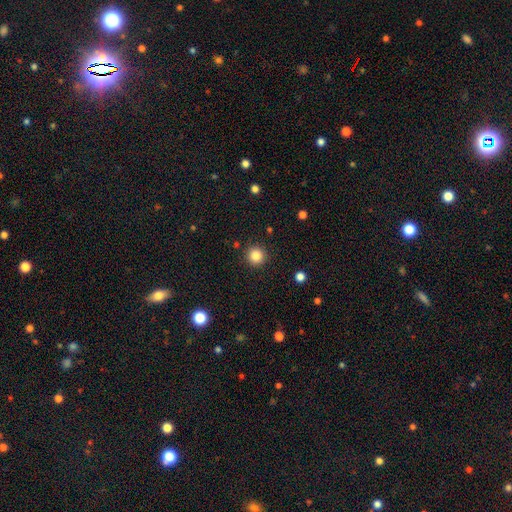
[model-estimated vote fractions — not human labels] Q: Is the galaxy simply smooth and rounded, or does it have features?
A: smooth — 84%.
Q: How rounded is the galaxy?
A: round — 96%.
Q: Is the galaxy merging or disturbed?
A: none — 92%.